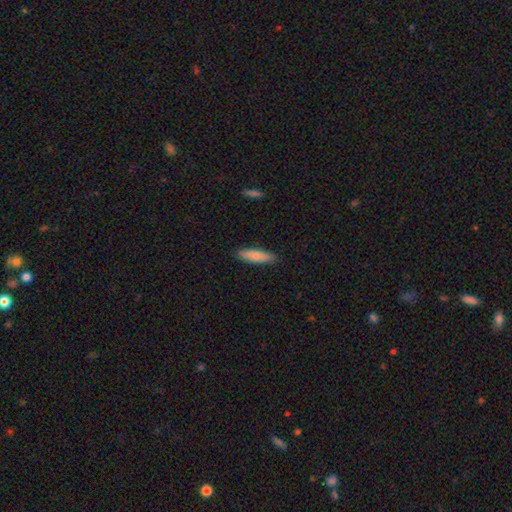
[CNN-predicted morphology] Smooth or featured? Predicted: smooth (p=0.78). How rounded? Predicted: cigar-shaped (p=0.65). Merging? Predicted: none (p=0.89).